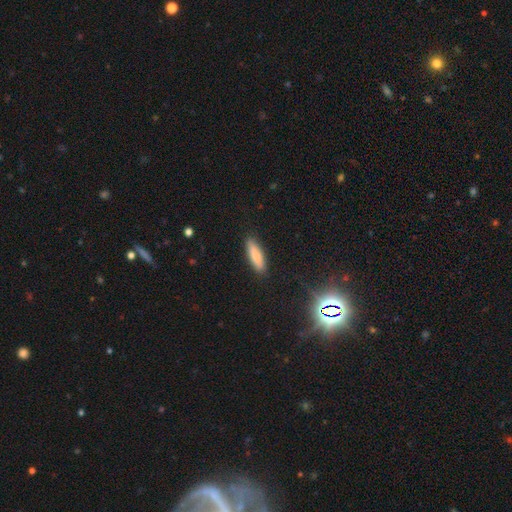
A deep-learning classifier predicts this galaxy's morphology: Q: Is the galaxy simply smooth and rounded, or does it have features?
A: smooth — 83%.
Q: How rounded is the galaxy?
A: cigar-shaped — 62%.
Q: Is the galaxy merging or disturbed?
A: none — 89%.